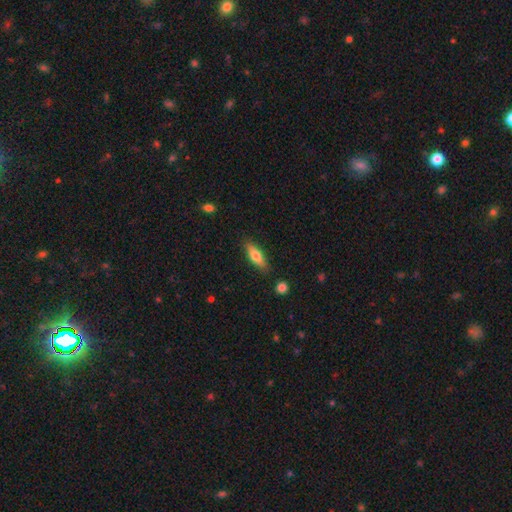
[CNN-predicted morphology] Smooth or featured?
  - smooth: 71% *
  - featured or disk: 23%
  - star or artifact: 6%
How rounded?
  - in between: 54% *
  - cigar-shaped: 44%
  - round: 2%
Merging?
  - none: 84% *
  - minor disturbance: 11%
  - major disturbance: 2%
  - merger: 2%